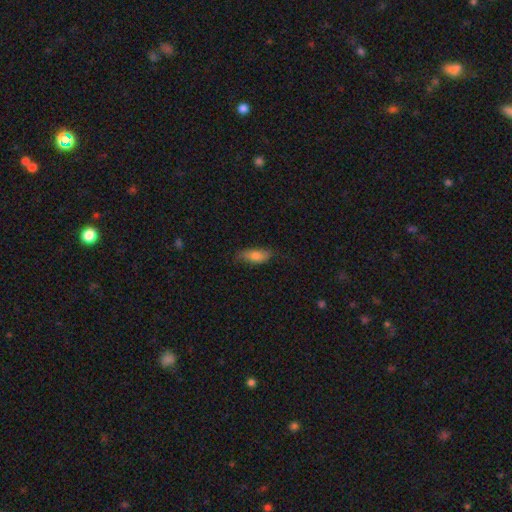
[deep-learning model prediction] A smooth galaxy with no disk features (76%) that is in between round and cigar-shaped (79%). Merging: none (69%).